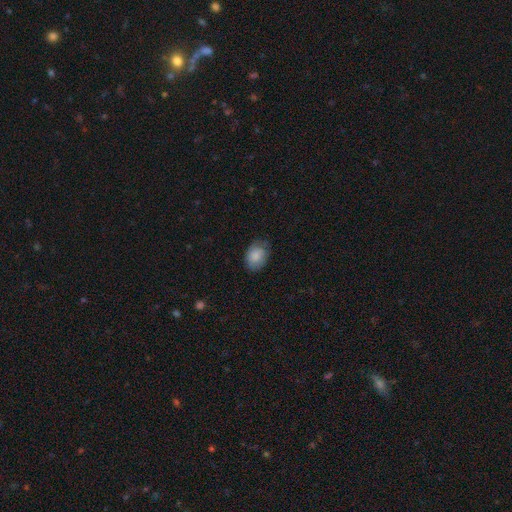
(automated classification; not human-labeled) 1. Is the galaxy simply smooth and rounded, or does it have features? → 81% smooth, 11% featured or disk, 7% star or artifact.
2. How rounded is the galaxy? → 73% in between, 26% round, 1% cigar-shaped.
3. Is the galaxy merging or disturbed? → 66% none, 26% minor disturbance, 7% major disturbance, 1% merger.